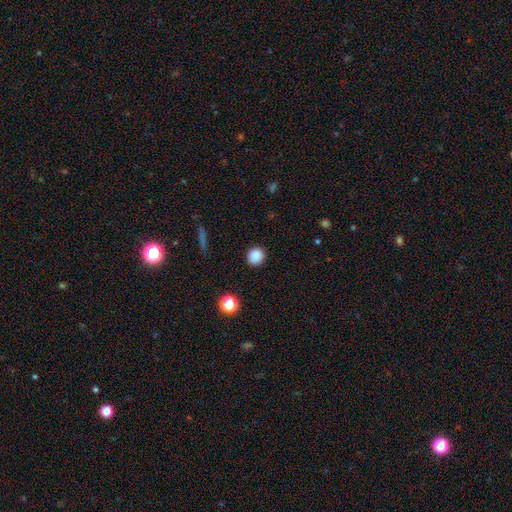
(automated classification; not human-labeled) Smooth or featured: smooth — 86% (star or artifact — 10%)
How rounded: round — 92% (in between — 7%)
Merging: none — 90% (minor disturbance — 7%)